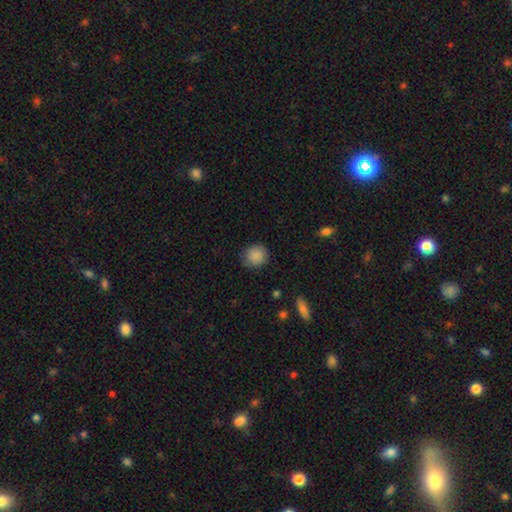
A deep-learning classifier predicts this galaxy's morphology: This is clearly a smooth galaxy (88%). How rounded: clearly round (87%). Merging: clearly none (84%).